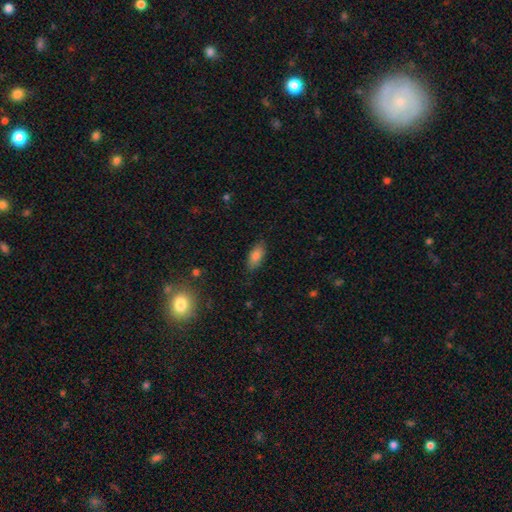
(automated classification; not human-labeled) A smooth galaxy with no disk features (83%) that is in between round and cigar-shaped (85%).

Vote fractions:
- Smooth or featured? smooth: 83% / featured or disk: 9% / star or artifact: 8%
- How rounded? in between: 85% / cigar-shaped: 13% / round: 3%
- Merging? none: 83% / minor disturbance: 13% / major disturbance: 3% / merger: 1%